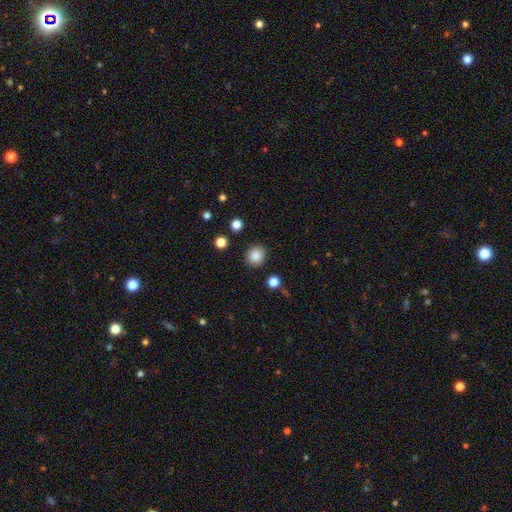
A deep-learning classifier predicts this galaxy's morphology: type=smooth (86%); roundness=round (86%); merging=none (89%).